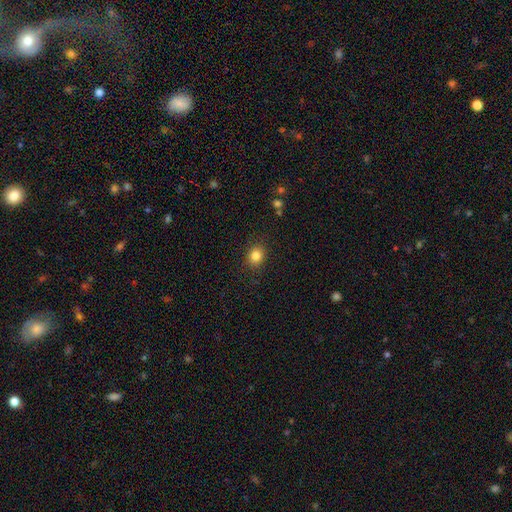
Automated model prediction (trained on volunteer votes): A smooth galaxy with no disk features (83%) that is round (68%). Merging: none (87%).